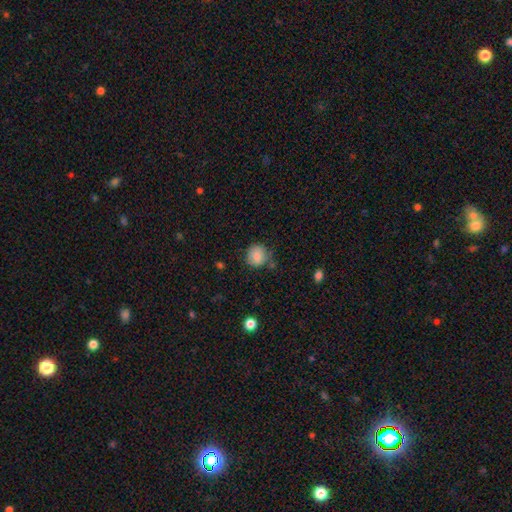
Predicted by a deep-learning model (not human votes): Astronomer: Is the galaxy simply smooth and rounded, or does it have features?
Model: smooth — 80%.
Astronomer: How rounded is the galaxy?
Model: round — 86%.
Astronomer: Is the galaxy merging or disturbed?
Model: none — 71%.